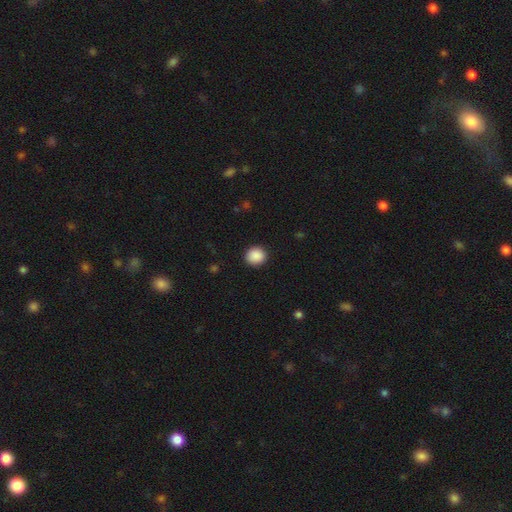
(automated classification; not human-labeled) The model was most divided on "how rounded": round: 88%, in between: 11%, cigar-shaped: 1%. More confident: merging — none (91%); smooth or featured — smooth (89%).